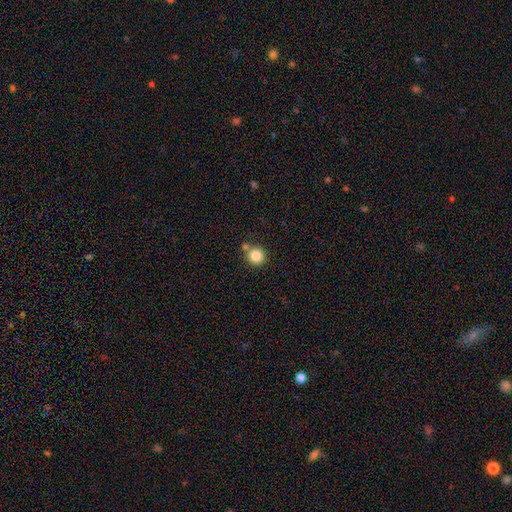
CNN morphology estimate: This appears to be a smooth galaxy with no disk features (84%) that is round (92%). Merging: none (75%).